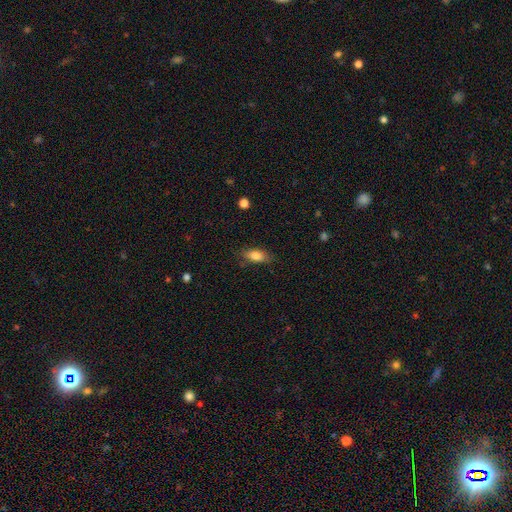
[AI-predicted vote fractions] smooth-or-featured: smooth: 82% | featured or disk: 10% | star or artifact: 8%
  how-rounded: in between: 80% | cigar-shaped: 16% | round: 4%
  merging: none: 80% | minor disturbance: 15% | major disturbance: 4% | merger: 1%